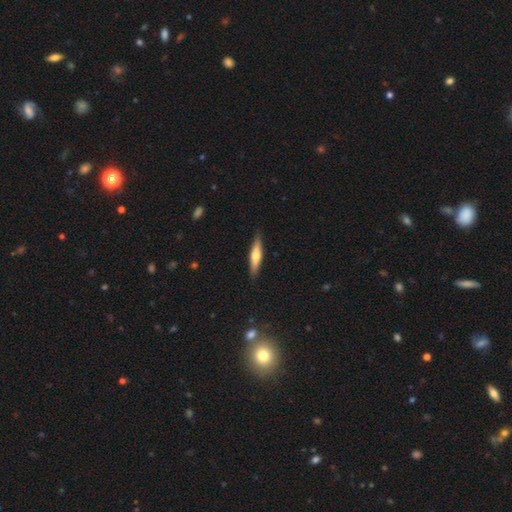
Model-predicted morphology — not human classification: The model was most divided on "smooth or featured": smooth: 52%, featured or disk: 43%, star or artifact: 6%. More confident: merging — none (88%); how rounded — cigar-shaped (81%).